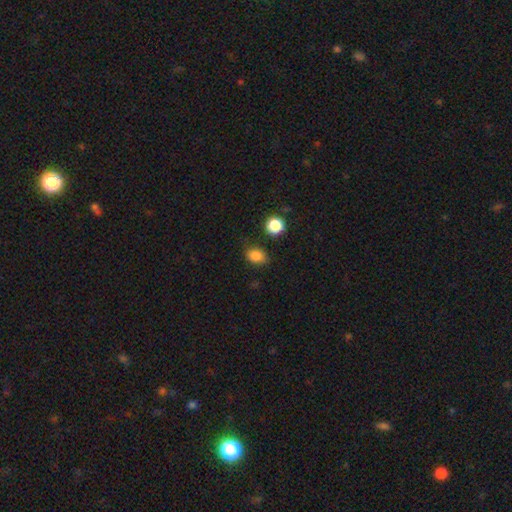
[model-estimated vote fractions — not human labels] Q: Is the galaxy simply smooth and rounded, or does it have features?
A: smooth — 85%.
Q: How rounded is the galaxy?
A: in between — 66%.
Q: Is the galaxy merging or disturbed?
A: none — 76%.